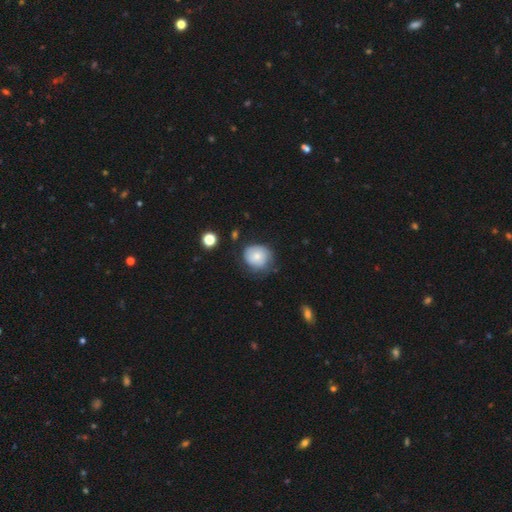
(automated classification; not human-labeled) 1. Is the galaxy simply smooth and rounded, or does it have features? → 69% smooth, 23% featured or disk, 8% star or artifact.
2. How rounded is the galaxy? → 76% round, 23% in between, 1% cigar-shaped.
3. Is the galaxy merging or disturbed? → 56% none, 32% minor disturbance, 10% major disturbance, 2% merger.